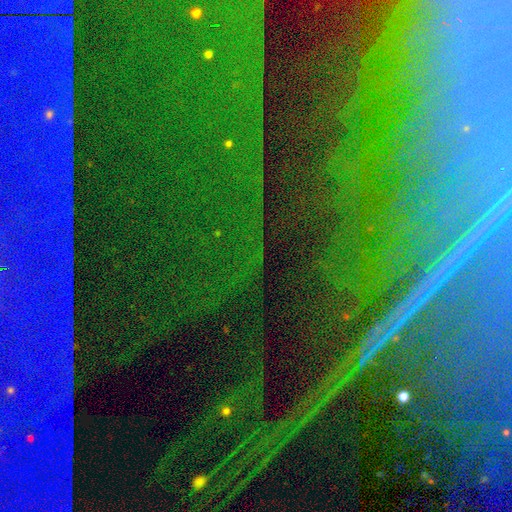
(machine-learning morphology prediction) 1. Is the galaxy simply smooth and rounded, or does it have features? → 85% star or artifact, 9% featured or disk, 7% smooth.